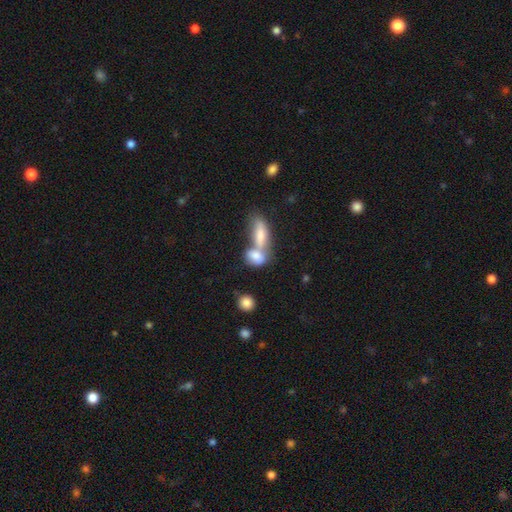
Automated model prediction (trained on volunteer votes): Smooth or featured? Predicted: smooth (p=0.76). How rounded? Predicted: in between (p=0.76). Merging? Predicted: merger (p=0.65).